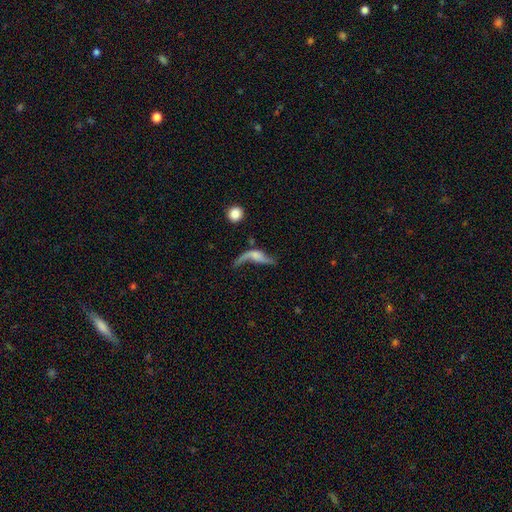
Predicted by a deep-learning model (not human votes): A featured or disk galaxy (65%) with no bar (68%), spiral arms (73%) and no central bulge (38%).

Vote fractions:
- Smooth or featured? featured or disk: 65% / smooth: 25% / star or artifact: 10%
- Edge-on disk? no: 86% / yes: 14%
- Bar? no: 68% / weak: 23% / strong: 8%
- Spiral arms? yes: 73% / no: 27%
- Bulge size? none: 38% / small: 34% / moderate: 20% / large: 6% / dominant: 3%
- Merging? major disturbance: 42% / none: 28% / minor disturbance: 17% / merger: 13%